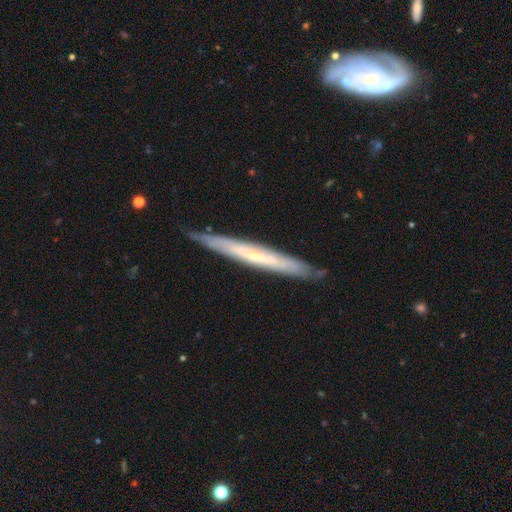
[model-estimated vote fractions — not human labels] Smooth or featured: featured or disk — 64% (smooth — 30%)
Edge-on disk: yes — 88% (no — 12%)
Edge-on bulge: none — 58% (rounded — 38%)
Merging: none — 85% (minor disturbance — 12%)